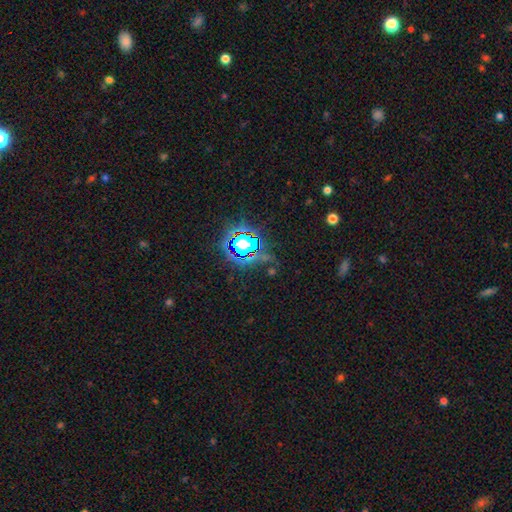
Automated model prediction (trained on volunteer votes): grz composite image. It shows a star or artifact, not a galaxy (79%).